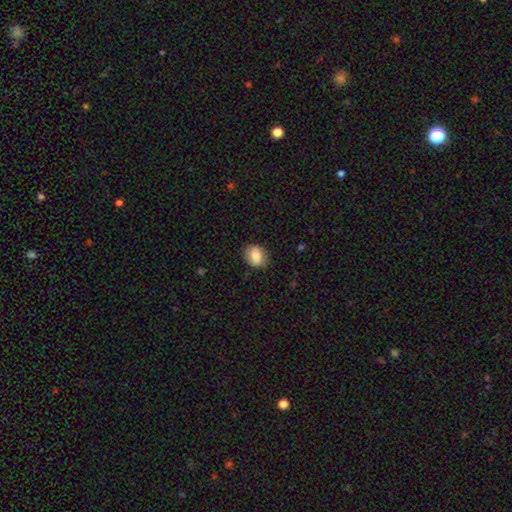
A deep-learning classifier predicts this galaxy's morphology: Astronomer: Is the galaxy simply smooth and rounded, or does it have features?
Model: smooth — 82%.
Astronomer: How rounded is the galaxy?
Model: in between — 66%.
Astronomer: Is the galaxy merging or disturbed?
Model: none — 81%.